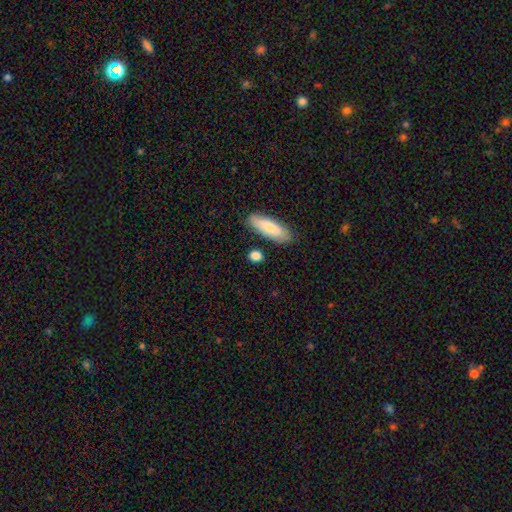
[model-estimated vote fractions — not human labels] A smooth galaxy with no disk features (83%) that is in between round and cigar-shaped (47%).

Vote fractions:
- Smooth or featured? smooth: 83% / featured or disk: 9% / star or artifact: 8%
- How rounded? in between: 47% / round: 31% / cigar-shaped: 22%
- Merging? none: 82% / minor disturbance: 10% / merger: 5% / major disturbance: 3%